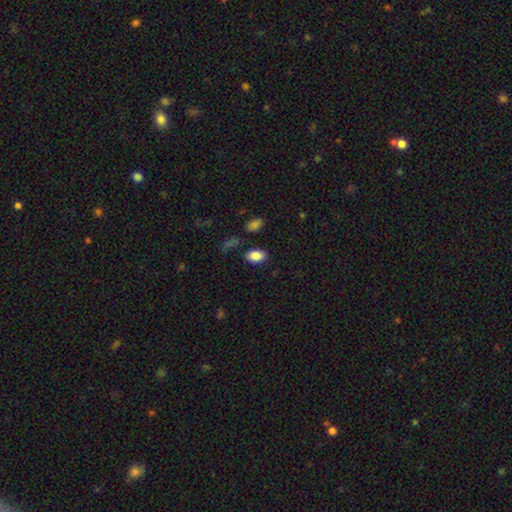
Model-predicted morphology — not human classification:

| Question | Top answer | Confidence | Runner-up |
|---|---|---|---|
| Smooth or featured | smooth | 86% | star or artifact (8%) |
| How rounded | in between | 88% | round (10%) |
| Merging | none | 85% | minor disturbance (10%) |